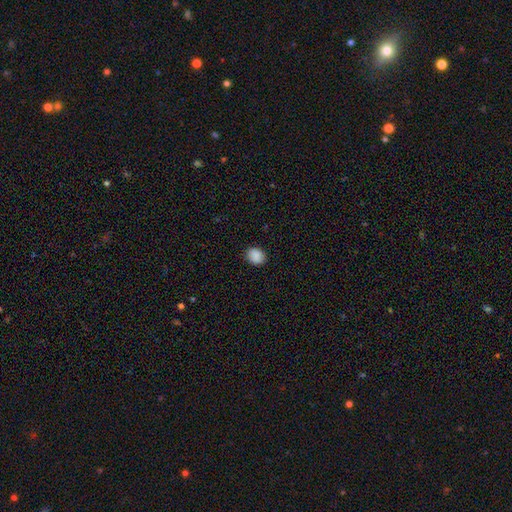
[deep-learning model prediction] Smooth or featured: smooth — 89% (star or artifact — 8%)
How rounded: round — 57% (in between — 42%)
Merging: none — 87% (minor disturbance — 10%)